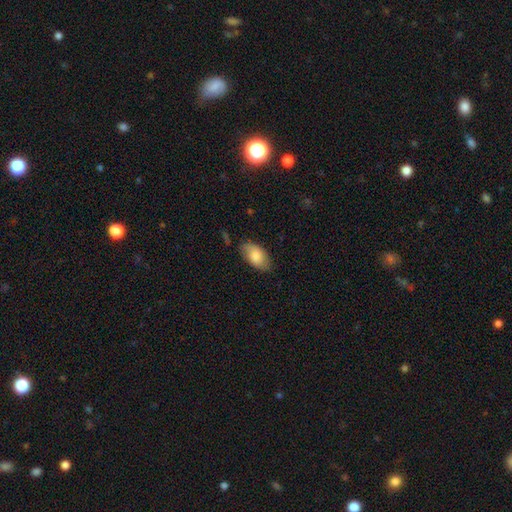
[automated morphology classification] The model was most divided on "merging": none: 77%, minor disturbance: 18%, major disturbance: 4%, merger: 2%. More confident: how rounded — in between (94%); smooth or featured — smooth (80%).